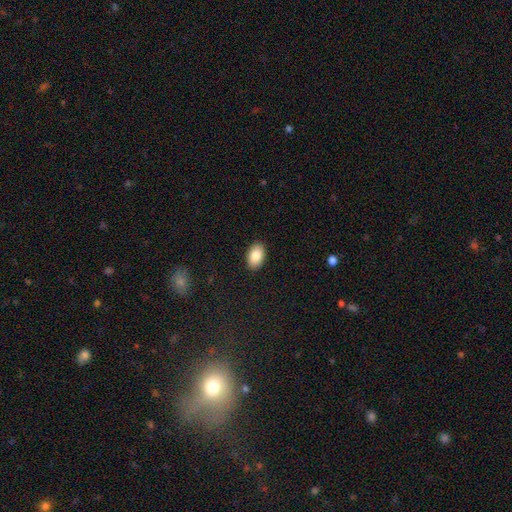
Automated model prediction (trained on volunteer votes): A smooth galaxy with no disk features (85%) that is in between round and cigar-shaped (91%).

Vote fractions:
- Smooth or featured? smooth: 85% / featured or disk: 8% / star or artifact: 7%
- How rounded? in between: 91% / round: 8% / cigar-shaped: 1%
- Merging? none: 90% / minor disturbance: 8% / major disturbance: 2% / merger: 1%